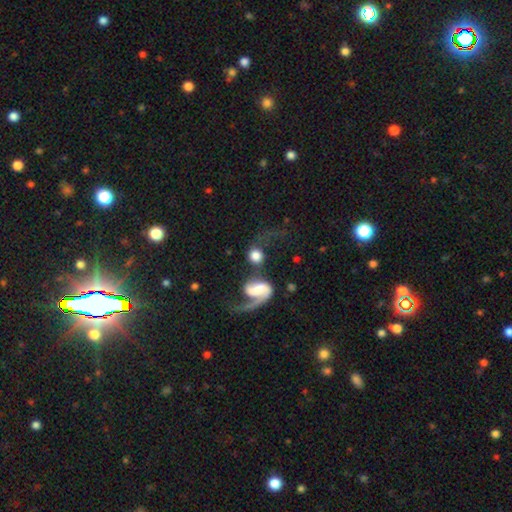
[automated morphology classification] This appears to be a smooth galaxy with no disk features (56%) that is round (74%). Merging: none (35%).